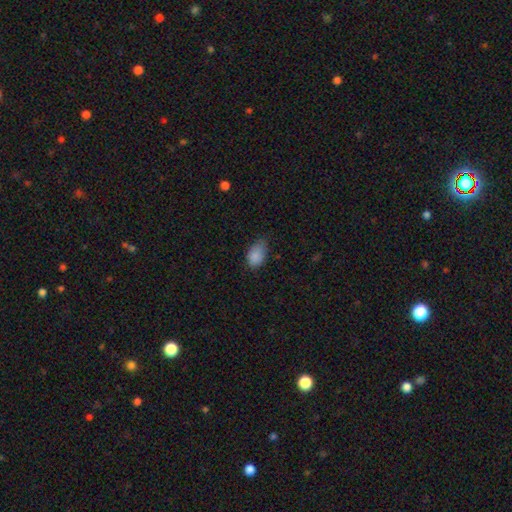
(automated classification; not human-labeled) smooth_or_featured: smooth (p=0.87) [alt: star or artifact p=0.08]
how_rounded: in between (p=0.90) [alt: round p=0.08]
merging: none (p=0.50) [alt: minor disturbance p=0.40]